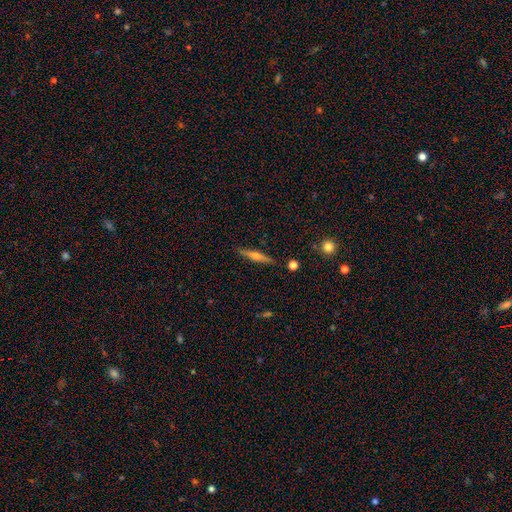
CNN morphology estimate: type=featured or disk (61%); edge-on=yes (97%); edge-on bulge=rounded (84%); merging=none (89%).